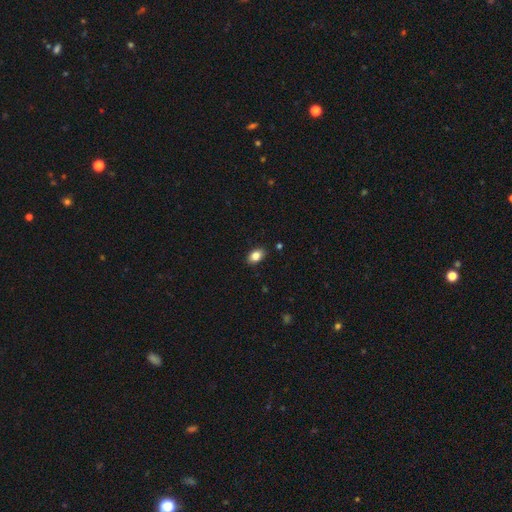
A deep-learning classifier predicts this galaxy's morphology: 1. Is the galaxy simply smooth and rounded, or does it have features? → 84% smooth, 8% star or artifact, 8% featured or disk.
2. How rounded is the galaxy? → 87% in between, 11% round, 2% cigar-shaped.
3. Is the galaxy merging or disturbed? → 87% none, 10% minor disturbance, 2% major disturbance, 1% merger.